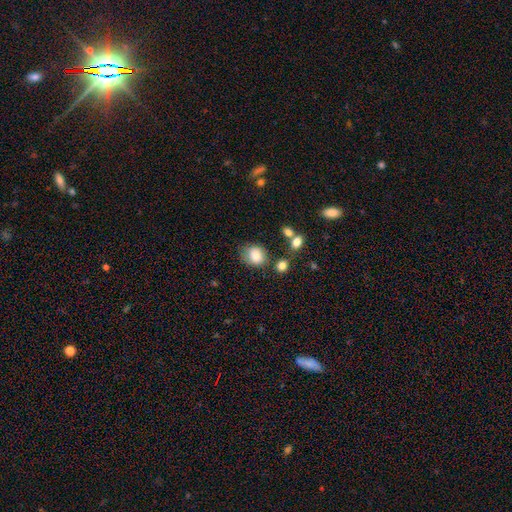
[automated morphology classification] smooth-or-featured: smooth: 82% | star or artifact: 9% | featured or disk: 9%
  how-rounded: round: 70% | in between: 29% | cigar-shaped: 1%
  merging: none: 63% | minor disturbance: 22% | merger: 8% | major disturbance: 7%